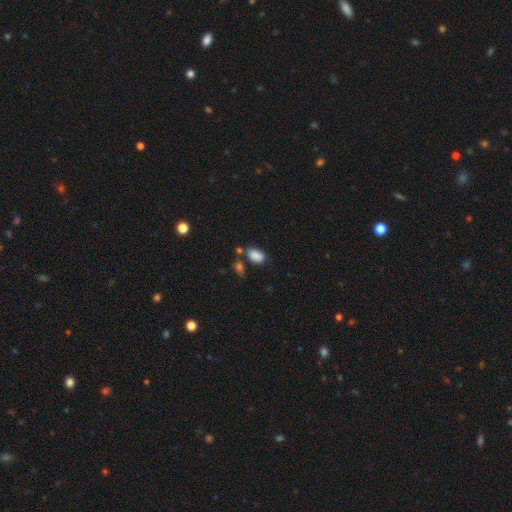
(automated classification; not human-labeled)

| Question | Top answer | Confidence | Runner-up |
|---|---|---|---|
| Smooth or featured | smooth | 87% | star or artifact (9%) |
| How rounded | in between | 90% | round (9%) |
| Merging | none | 64% | minor disturbance (17%) |